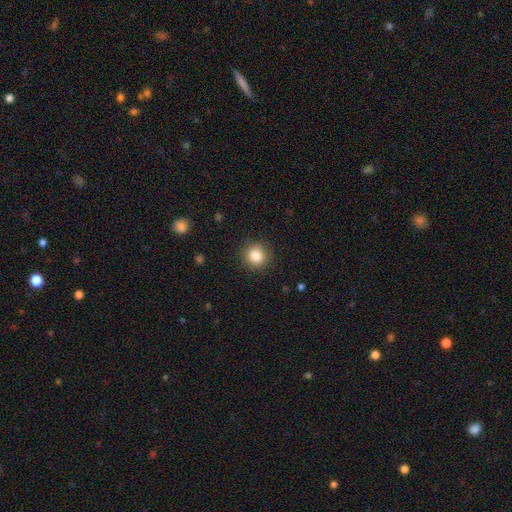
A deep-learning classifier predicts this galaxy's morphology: This appears to be a smooth galaxy with no disk features (84%) that is round (90%). Merging: none (89%).